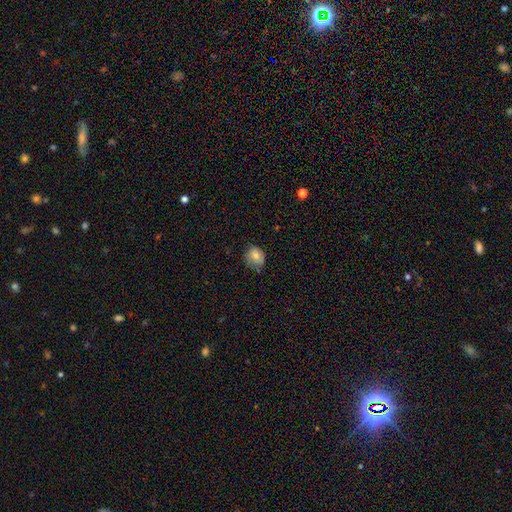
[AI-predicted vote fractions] A smooth galaxy with no disk features (75%) that is round (70%).

Vote fractions:
- Smooth or featured? smooth: 75% / featured or disk: 15% / star or artifact: 9%
- How rounded? round: 70% / in between: 29% / cigar-shaped: 1%
- Merging? none: 63% / minor disturbance: 28% / major disturbance: 7% / merger: 2%